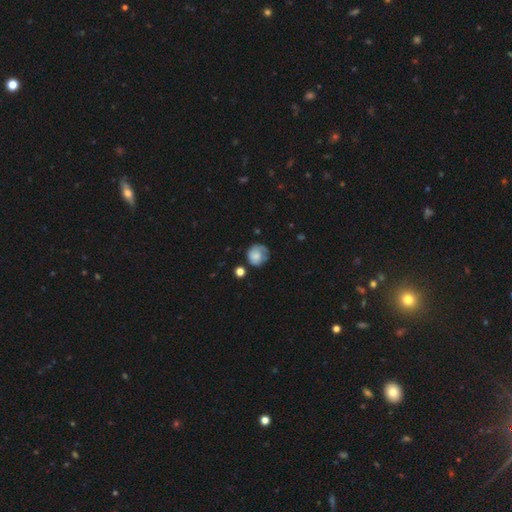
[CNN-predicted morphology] The model was most divided on "merging": none: 52%, minor disturbance: 29%, major disturbance: 15%, merger: 4%. More confident: how rounded — round (80%); smooth or featured — smooth (63%).